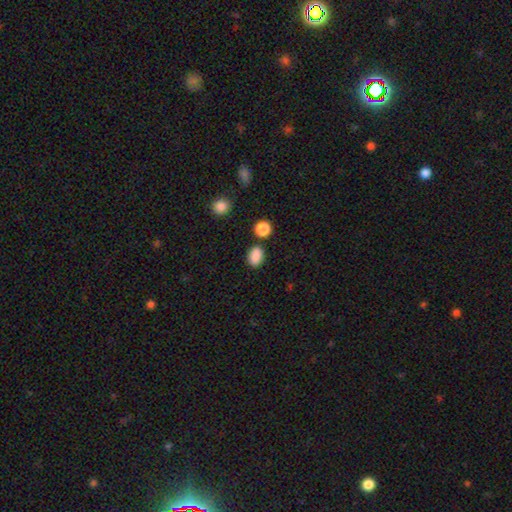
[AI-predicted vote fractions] The model was most divided on "how rounded": in between: 74%, round: 25%, cigar-shaped: 1%. More confident: smooth or featured — smooth (87%); merging — none (80%).